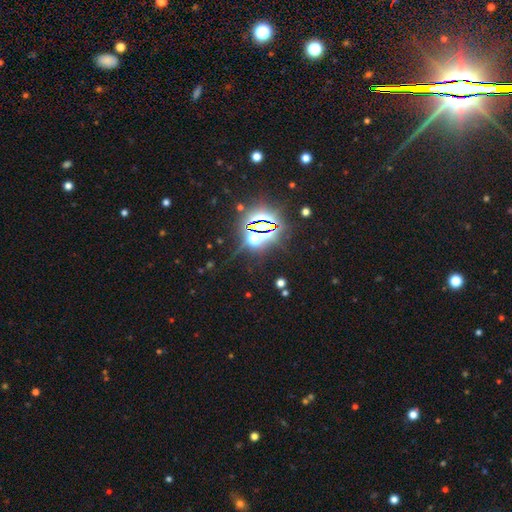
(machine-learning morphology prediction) Overall: star or artifact (84%).